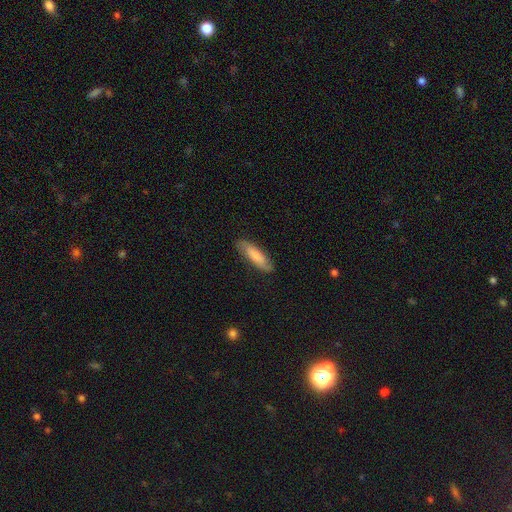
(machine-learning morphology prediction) A smooth galaxy with no disk features (71%) that is cigar-shaped (59%). Merging: none (82%).